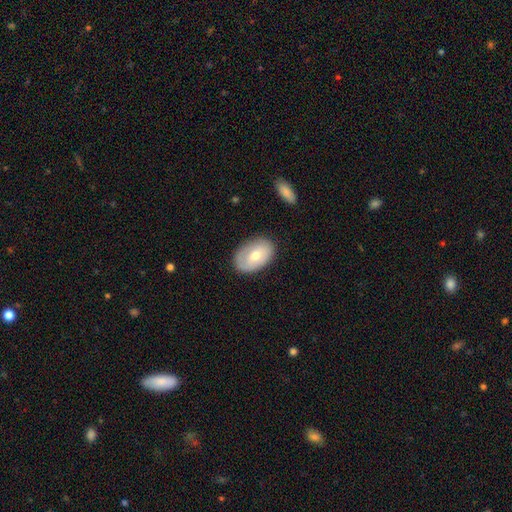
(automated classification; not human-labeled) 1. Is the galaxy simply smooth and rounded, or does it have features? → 58% smooth, 36% featured or disk, 6% star or artifact.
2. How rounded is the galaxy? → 87% in between, 12% round, 1% cigar-shaped.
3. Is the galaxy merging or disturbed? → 78% none, 16% minor disturbance, 4% major disturbance, 1% merger.